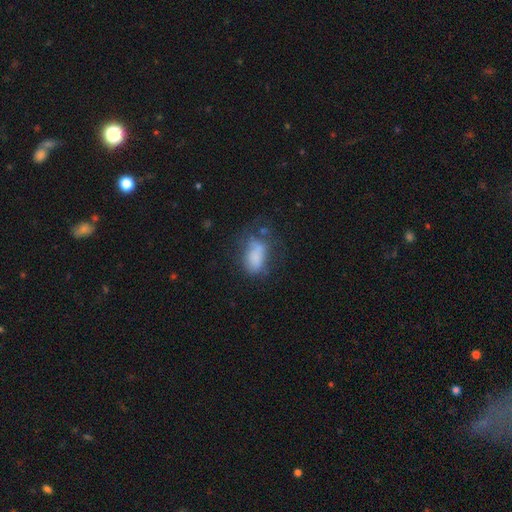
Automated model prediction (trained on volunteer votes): Q: Smooth or featured?
A: smooth (68%); runner-up: featured or disk (21%)
Q: How rounded?
A: in between (88%); runner-up: round (7%)
Q: Merging?
A: none (35%); runner-up: major disturbance (28%)